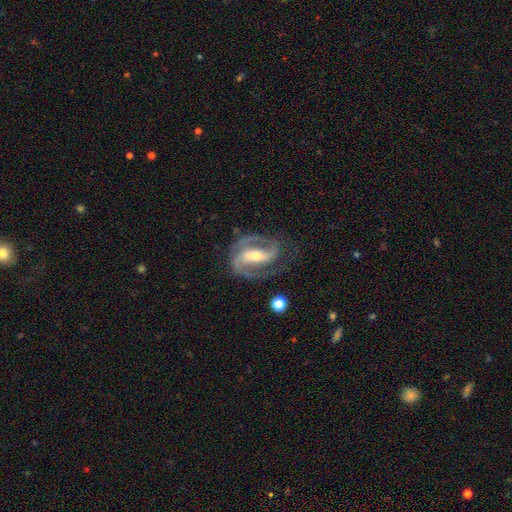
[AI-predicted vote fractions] Morphology: type=featured or disk (89%); edge-on=no (96%); bar=strong (56%); spiral arms=yes (96%); winding=medium (52%); arm count=2 (88%); bulge=small (48%); merging=none (71%).